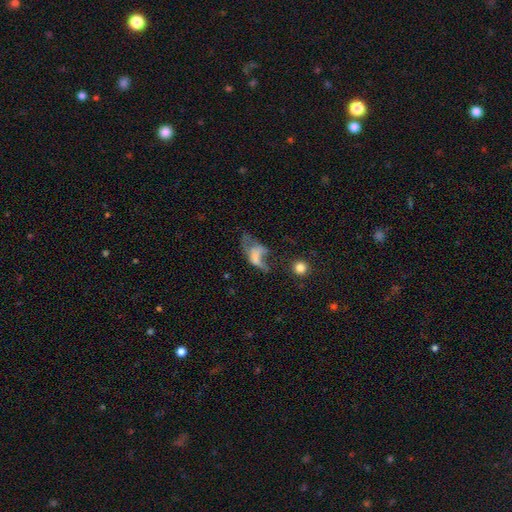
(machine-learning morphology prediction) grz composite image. It shows a smooth galaxy with no disk features (44%). Merging: major disturbance (52%).